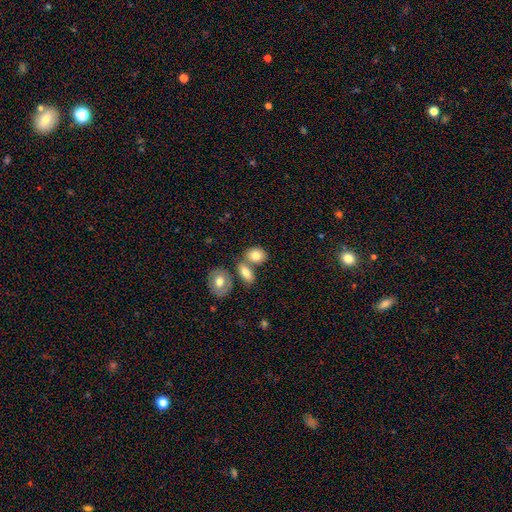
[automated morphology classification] Smooth or featured?
  - smooth: 80% *
  - featured or disk: 13%
  - star or artifact: 8%
How rounded?
  - in between: 70% *
  - round: 28%
  - cigar-shaped: 2%
Merging?
  - none: 52% *
  - merger: 34%
  - minor disturbance: 11%
  - major disturbance: 3%